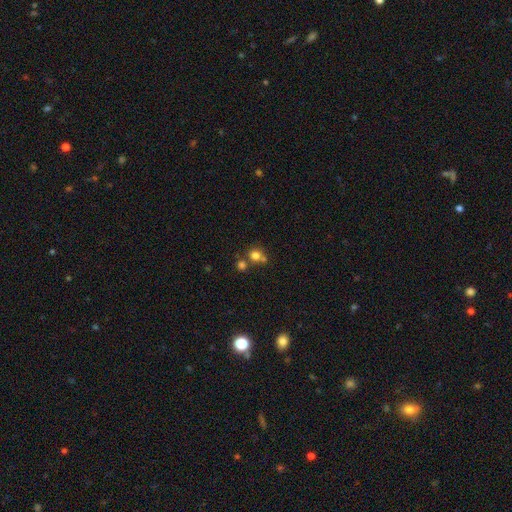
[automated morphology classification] This appears to be a smooth galaxy with no disk features (76%) that is round (82%). Merging: none (53%).